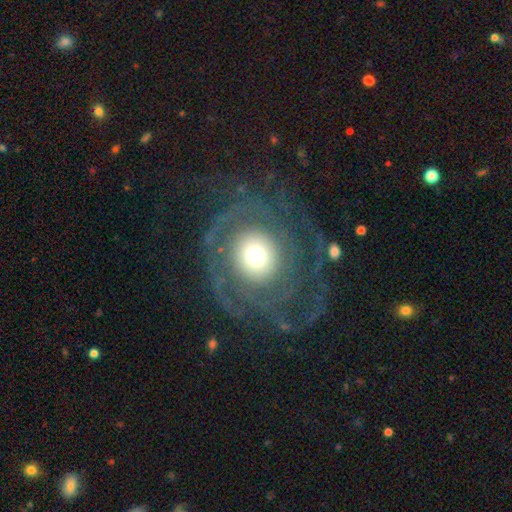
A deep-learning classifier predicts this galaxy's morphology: smooth-or-featured: featured or disk: 63% | smooth: 27% | star or artifact: 10%
  disk-edge-on: no: 96% | yes: 4%
    bar: no: 86% | weak: 10% | strong: 5%
    has-spiral-arms: yes: 71% | no: 29%
    bulge-size: moderate: 42% | large: 29% | small: 17% | dominant: 10% | none: 2%
  merging: none: 70% | major disturbance: 17% | minor disturbance: 11% | merger: 2%